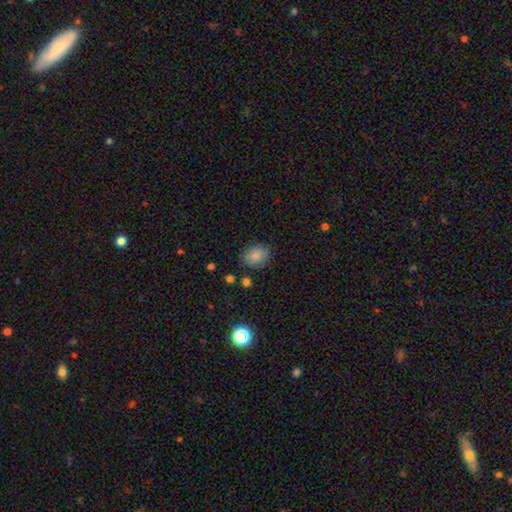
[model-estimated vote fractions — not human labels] A smooth galaxy with no disk features (85%) that is in between round and cigar-shaped (58%).

Vote fractions:
- Smooth or featured? smooth: 85% / star or artifact: 8% / featured or disk: 7%
- How rounded? in between: 58% / round: 41% / cigar-shaped: 1%
- Merging? none: 83% / minor disturbance: 12% / major disturbance: 3% / merger: 2%